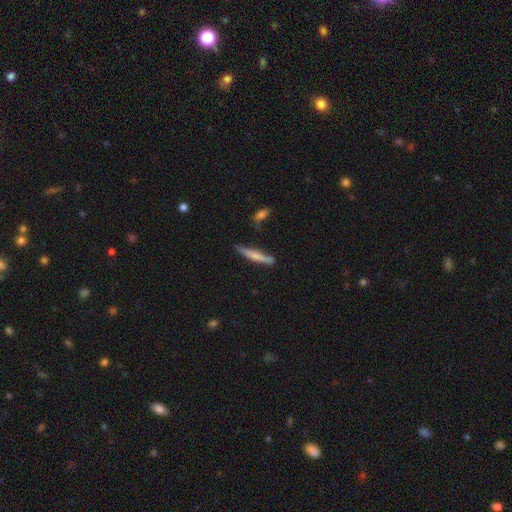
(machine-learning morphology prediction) Q: Smooth or featured?
A: smooth (64%); runner-up: featured or disk (30%)
Q: How rounded?
A: cigar-shaped (93%); runner-up: in between (6%)
Q: Merging?
A: none (75%); runner-up: minor disturbance (18%)